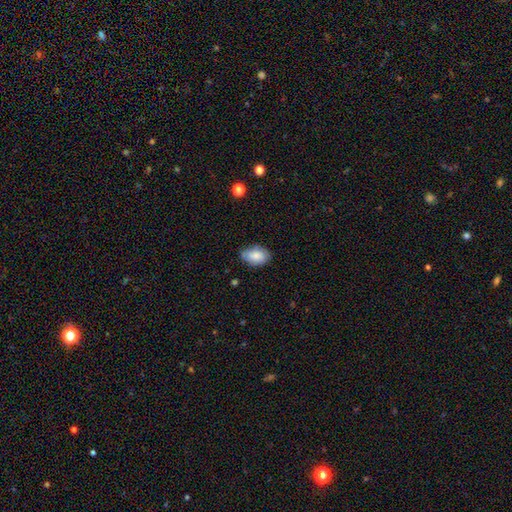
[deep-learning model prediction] The model was most divided on "merging": none: 72%, minor disturbance: 22%, major disturbance: 4%, merger: 2%. More confident: how rounded — in between (89%); smooth or featured — smooth (77%).